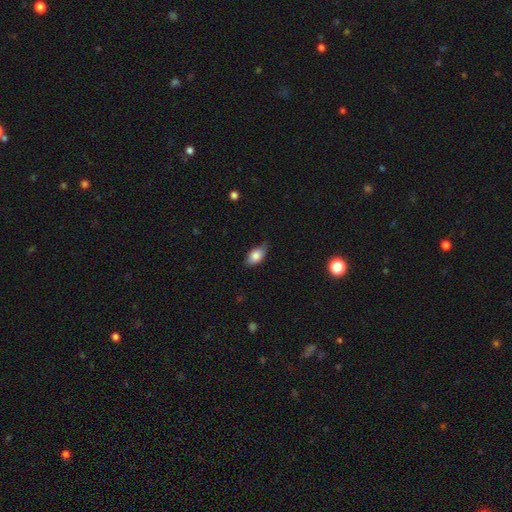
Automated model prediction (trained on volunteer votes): A smooth galaxy with no disk features (80%) that is in between round and cigar-shaped (89%). Merging: none (70%).